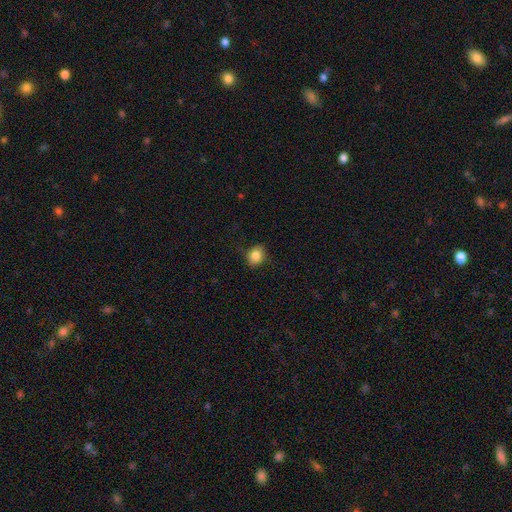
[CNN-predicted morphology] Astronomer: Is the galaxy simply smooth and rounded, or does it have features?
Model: smooth — 84%.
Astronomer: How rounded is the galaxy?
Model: round — 58% (runner-up: in between, 41%).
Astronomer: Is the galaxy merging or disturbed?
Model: none — 82%.